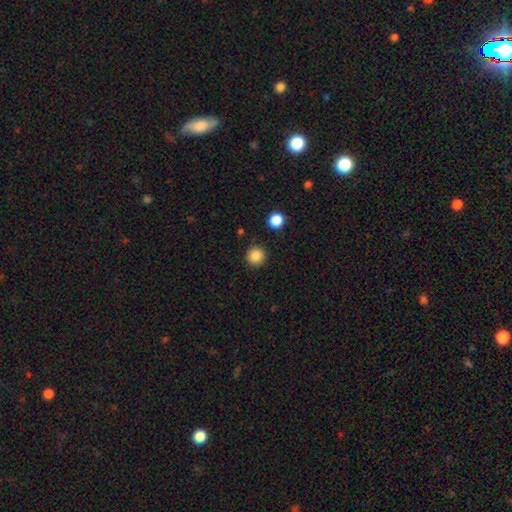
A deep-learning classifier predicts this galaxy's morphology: Overall: smooth (86%). How rounded: round (95%). Merging: none (91%).